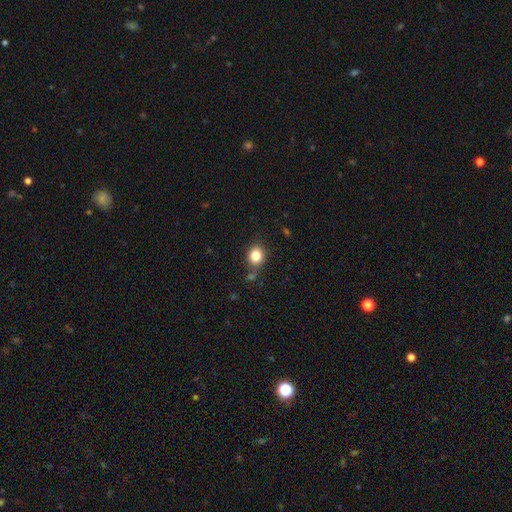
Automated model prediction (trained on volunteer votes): This appears to be a smooth galaxy with no disk features (83%) that is round (66%). Merging: none (77%).